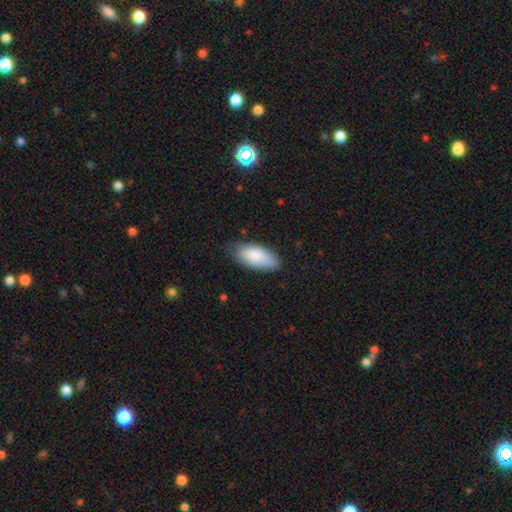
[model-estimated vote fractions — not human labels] Smooth or featured?
  - smooth: 86% *
  - featured or disk: 8%
  - star or artifact: 6%
How rounded?
  - in between: 89% *
  - cigar-shaped: 9%
  - round: 2%
Merging?
  - none: 75% *
  - minor disturbance: 20%
  - major disturbance: 4%
  - merger: 1%